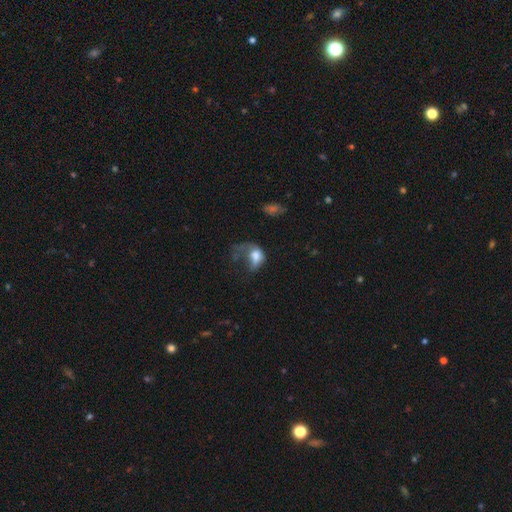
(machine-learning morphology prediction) Smooth or featured? smooth (60%)
How rounded? in between (71%)
Merging? major disturbance (65%)